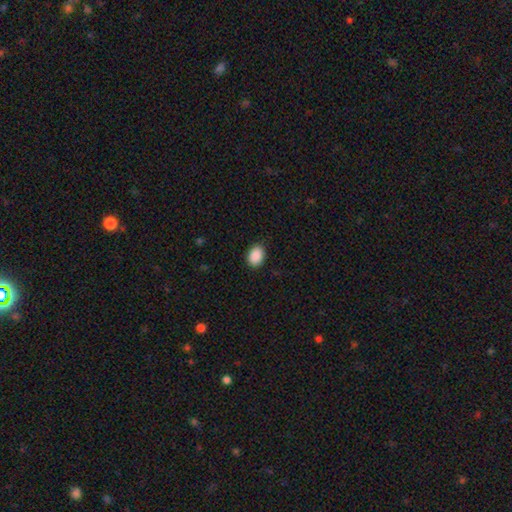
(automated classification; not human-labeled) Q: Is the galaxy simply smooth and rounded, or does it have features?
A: smooth — 90%.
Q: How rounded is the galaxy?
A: in between — 76%.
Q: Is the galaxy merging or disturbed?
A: none — 88%.